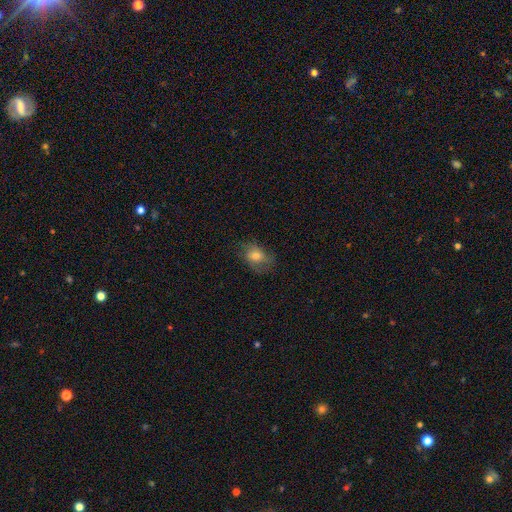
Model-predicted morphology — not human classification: smooth_or_featured: smooth (p=0.60) [alt: featured or disk p=0.29]
how_rounded: in between (p=0.65) [alt: round p=0.33]
merging: none (p=0.60) [alt: minor disturbance p=0.24]